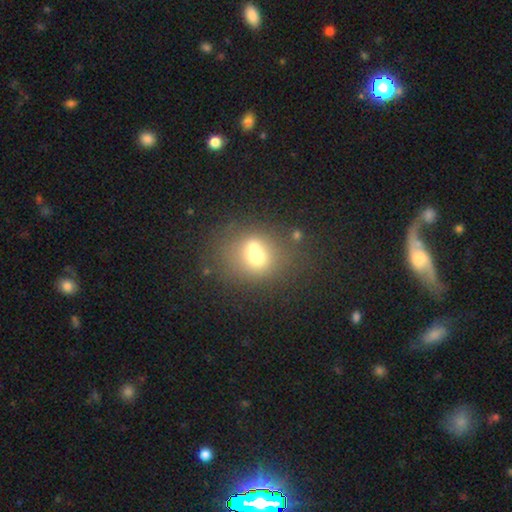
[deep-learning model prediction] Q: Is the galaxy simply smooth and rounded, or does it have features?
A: smooth — 62%.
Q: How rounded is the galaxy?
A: round — 72%.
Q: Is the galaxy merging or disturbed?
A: none — 45%.